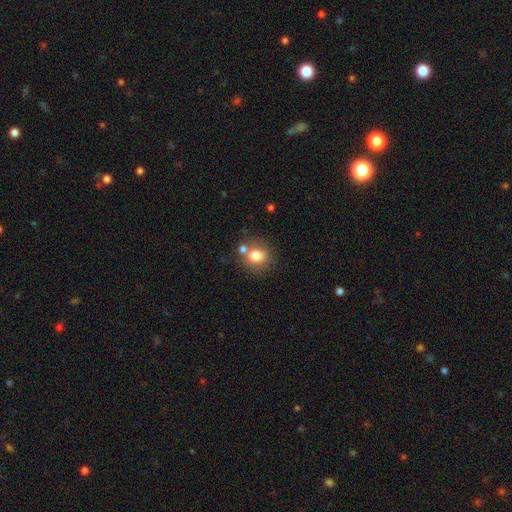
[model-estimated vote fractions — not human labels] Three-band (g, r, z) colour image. It shows a smooth galaxy with no disk features (77%) that is round (77%). Merging: none (65%).